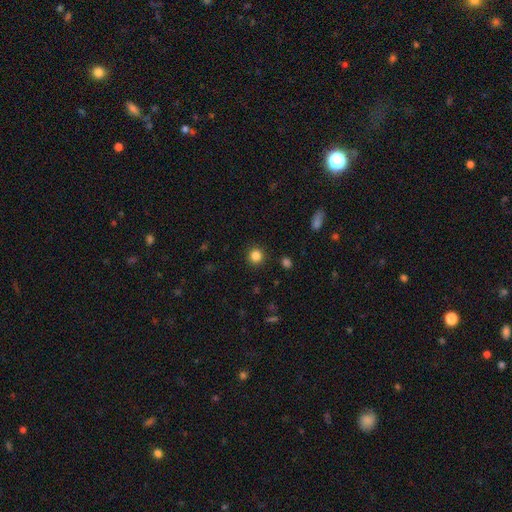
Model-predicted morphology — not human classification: A smooth galaxy with no disk features (85%) that is round (93%). Merging: none (91%).